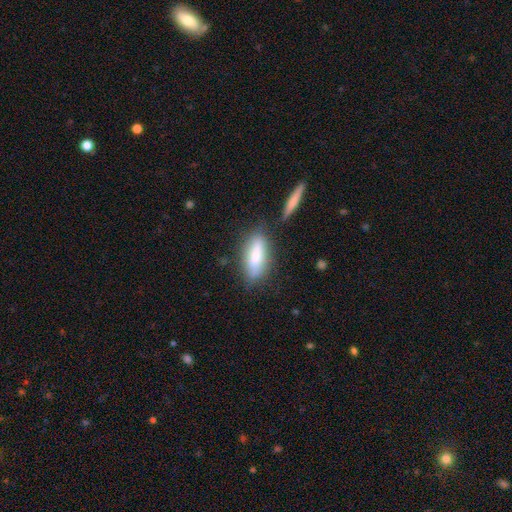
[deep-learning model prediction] A smooth galaxy with no disk features (70%) that is in between round and cigar-shaped (57%).

Vote fractions:
- Smooth or featured? smooth: 70% / featured or disk: 23% / star or artifact: 7%
- How rounded? in between: 57% / cigar-shaped: 41% / round: 2%
- Merging? none: 75% / minor disturbance: 14% / merger: 7% / major disturbance: 4%